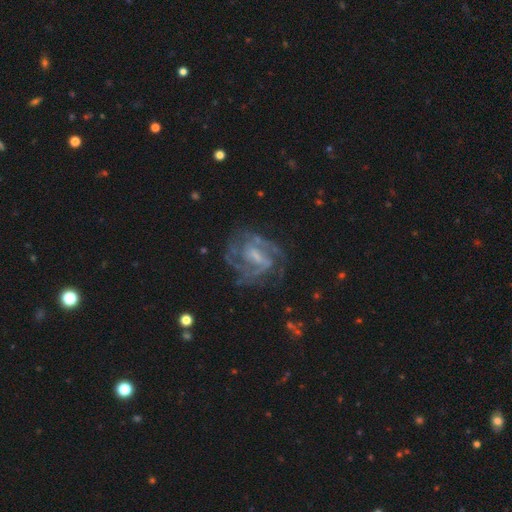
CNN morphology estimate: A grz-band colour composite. It shows a featured or disk galaxy (84%) with a weak bar (51%), 2 (37%) medium (45%) spiral arms (91%) and a small central bulge (43%). Merging: none (66%).